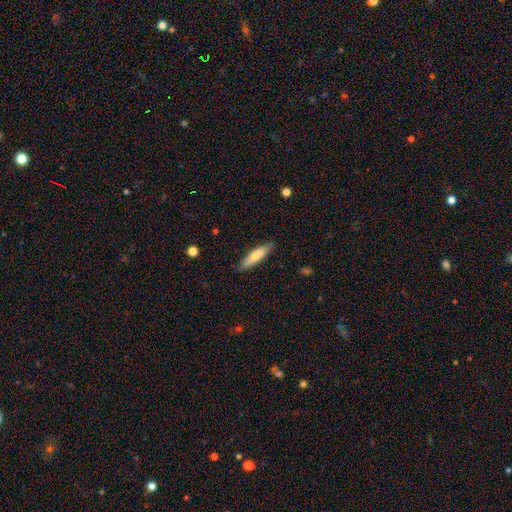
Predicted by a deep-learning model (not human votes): This is likely a smooth galaxy (67%). How rounded: likely cigar-shaped (77%). Merging: clearly none (87%).